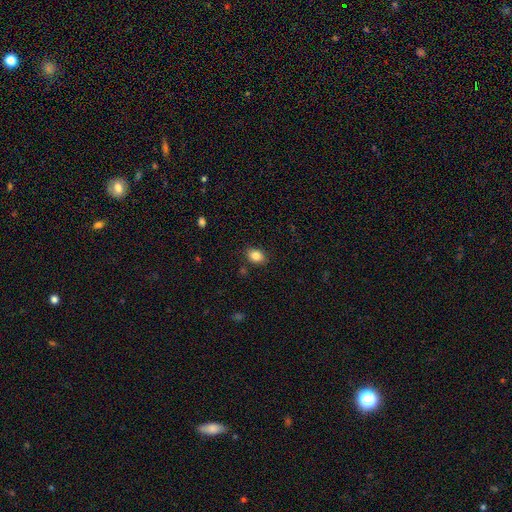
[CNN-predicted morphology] Overall: smooth (84%). How rounded: in between (70%). Merging: none (86%).